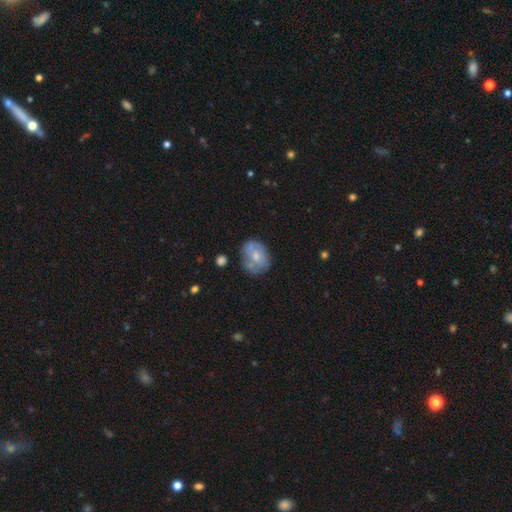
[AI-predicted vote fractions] A smooth galaxy with no disk features (48%). Merging: none (54%).